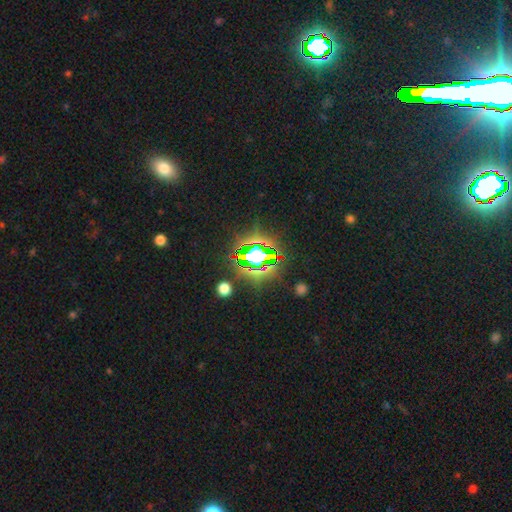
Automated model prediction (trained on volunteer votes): This appears to be a star or artifact, not a galaxy (75%).